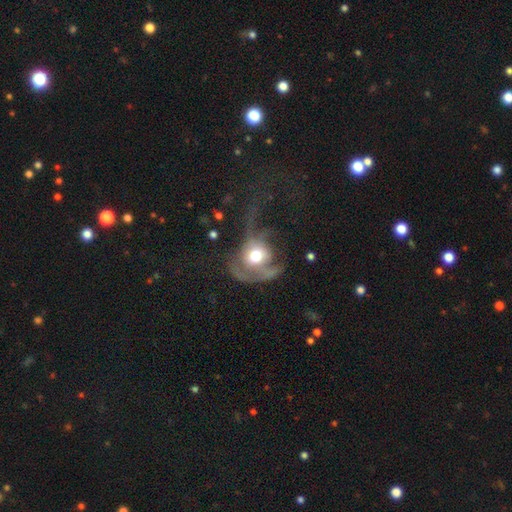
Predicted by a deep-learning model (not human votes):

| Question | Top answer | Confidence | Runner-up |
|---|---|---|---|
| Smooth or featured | featured or disk | 48% | smooth (43%) |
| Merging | major disturbance | 58% | none (21%) |